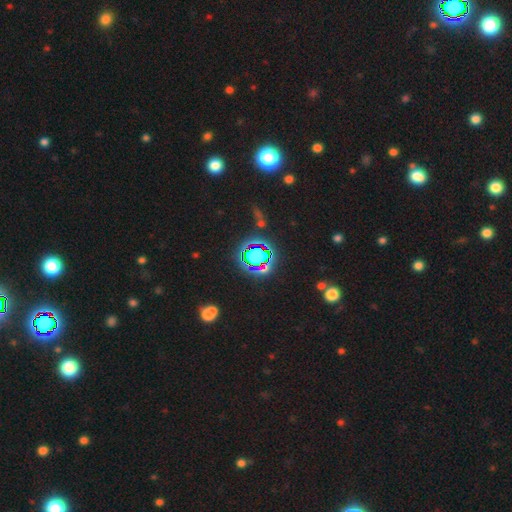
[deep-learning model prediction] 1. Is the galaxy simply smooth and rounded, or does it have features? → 67% star or artifact, 22% smooth, 12% featured or disk.